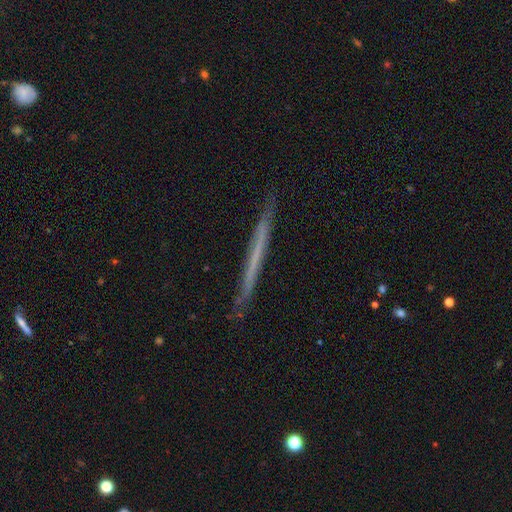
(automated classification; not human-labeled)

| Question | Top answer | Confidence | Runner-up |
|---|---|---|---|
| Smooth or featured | featured or disk | 53% | smooth (40%) |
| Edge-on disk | yes | 97% | no (3%) |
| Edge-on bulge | none | 93% | rounded (4%) |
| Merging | none | 90% | minor disturbance (7%) |